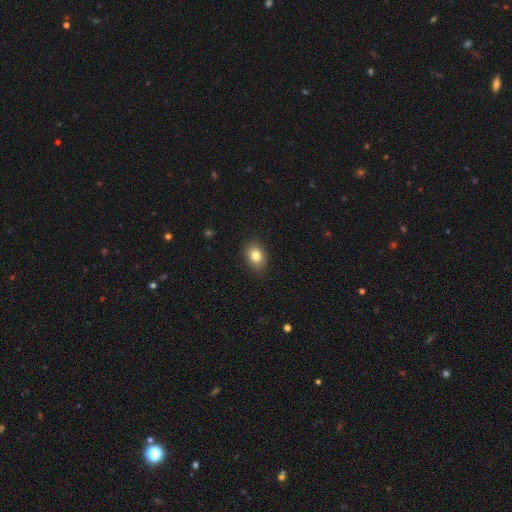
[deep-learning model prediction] smooth_or_featured: smooth (p=0.82) [alt: star or artifact p=0.10]
how_rounded: in between (p=0.68) [alt: round p=0.31]
merging: none (p=0.88) [alt: minor disturbance p=0.09]